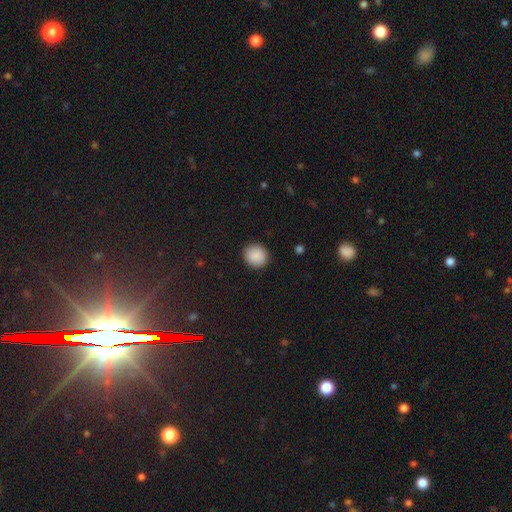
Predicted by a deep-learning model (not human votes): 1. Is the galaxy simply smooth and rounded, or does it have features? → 90% smooth, 8% star or artifact, 3% featured or disk.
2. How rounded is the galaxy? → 87% round, 12% in between, 1% cigar-shaped.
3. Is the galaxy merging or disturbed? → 91% none, 6% minor disturbance, 2% major disturbance, 1% merger.